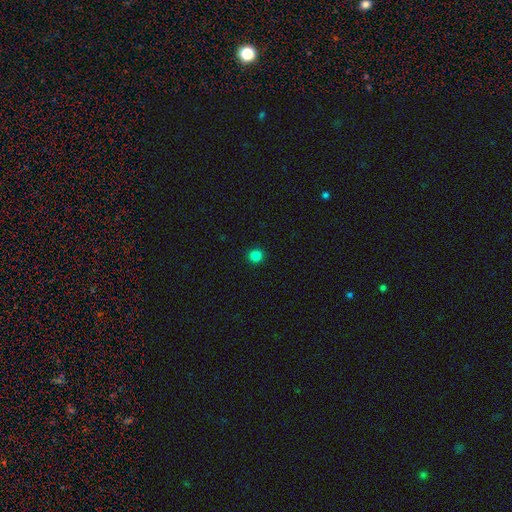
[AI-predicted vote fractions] Smooth or featured? smooth (84%)
How rounded? round (95%)
Merging? none (93%)